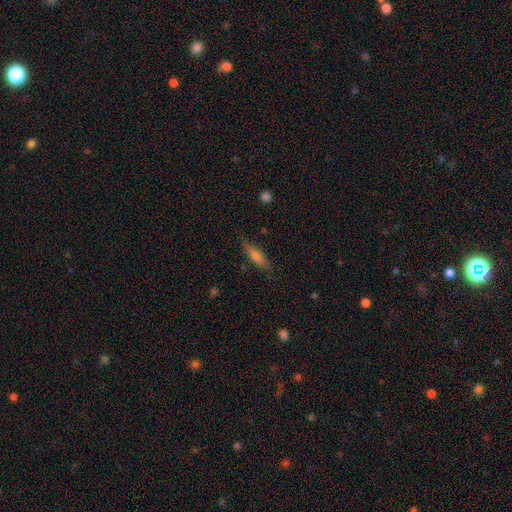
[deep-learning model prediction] Morphology: type=smooth (56%); roundness=cigar-shaped (72%); merging=none (83%).